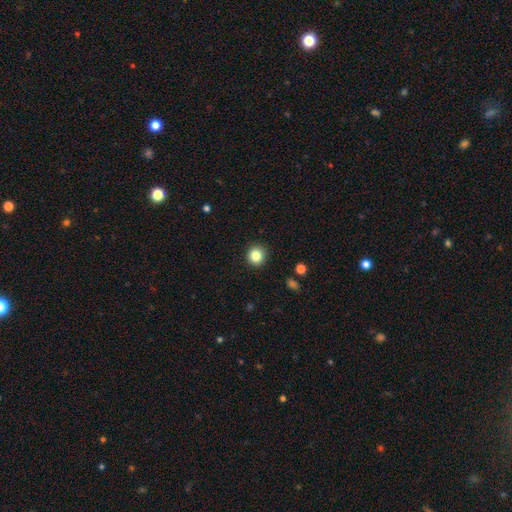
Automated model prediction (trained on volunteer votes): Q: Smooth or featured?
A: smooth (84%); runner-up: star or artifact (10%)
Q: How rounded?
A: round (91%); runner-up: in between (9%)
Q: Merging?
A: none (92%); runner-up: minor disturbance (5%)